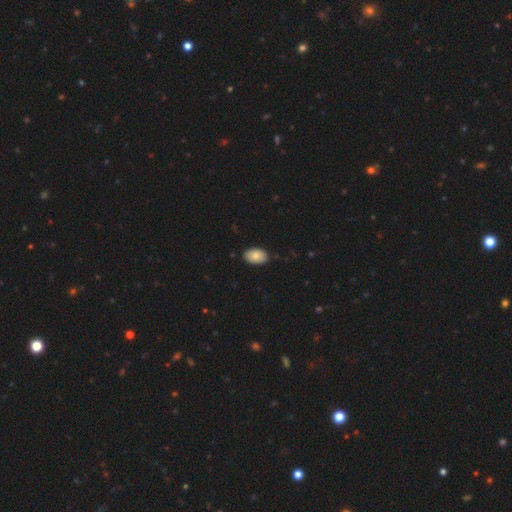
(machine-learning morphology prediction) Smooth or featured? Predicted: smooth (p=0.85). How rounded? Predicted: in between (p=0.91). Merging? Predicted: none (p=0.86).